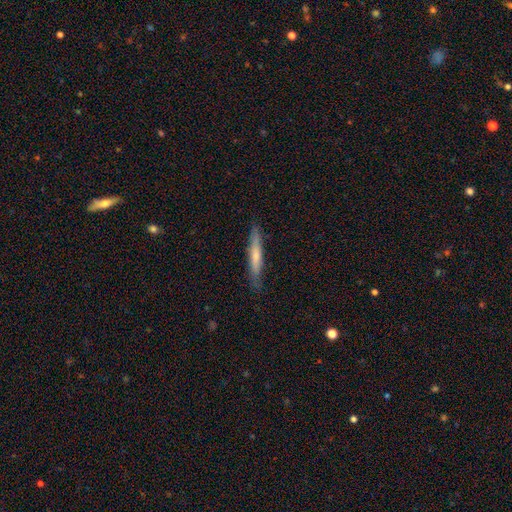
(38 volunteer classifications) smooth-or-featured: smooth: 55% | featured or disk: 37% | star or artifact: 8%
  how-rounded: cigar-shaped: 100% | round: 0% | in between: 0%
  merging: none: 74% | minor disturbance: 26% | major disturbance: 0% | merger: 0%